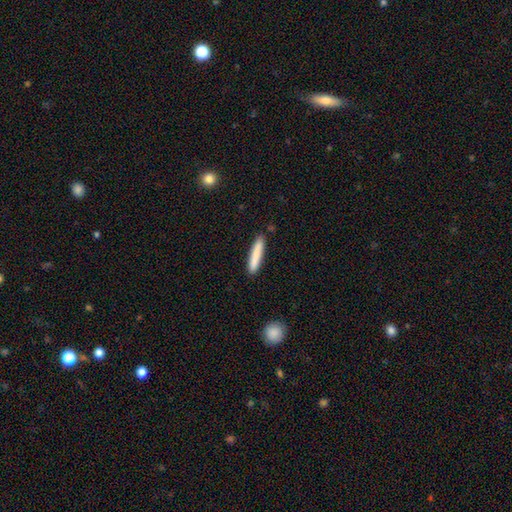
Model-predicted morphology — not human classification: Smooth or featured? Predicted: smooth (p=0.84). How rounded? Predicted: cigar-shaped (p=0.92). Merging? Predicted: none (p=0.88).